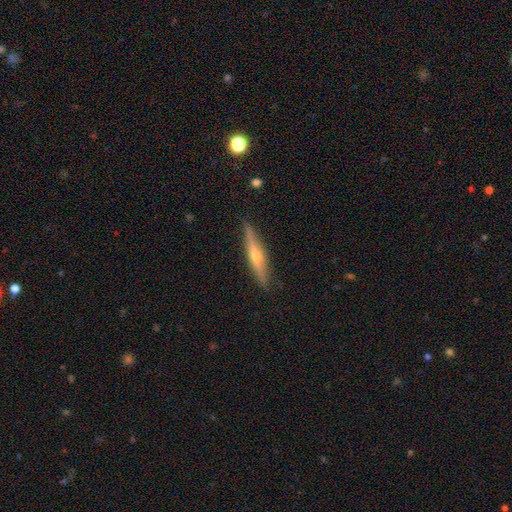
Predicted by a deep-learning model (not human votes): Q: Smooth or featured?
A: featured or disk (68%); runner-up: smooth (26%)
Q: Edge-on disk?
A: yes (96%); runner-up: no (4%)
Q: Edge-on bulge?
A: rounded (86%); runner-up: none (9%)
Q: Merging?
A: none (87%); runner-up: minor disturbance (9%)